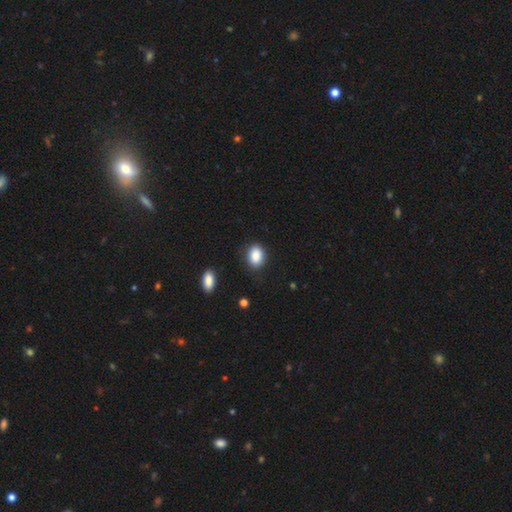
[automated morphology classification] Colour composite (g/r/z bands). It shows a smooth galaxy with no disk features (89%) that is in between round and cigar-shaped (76%). Merging: none (85%).